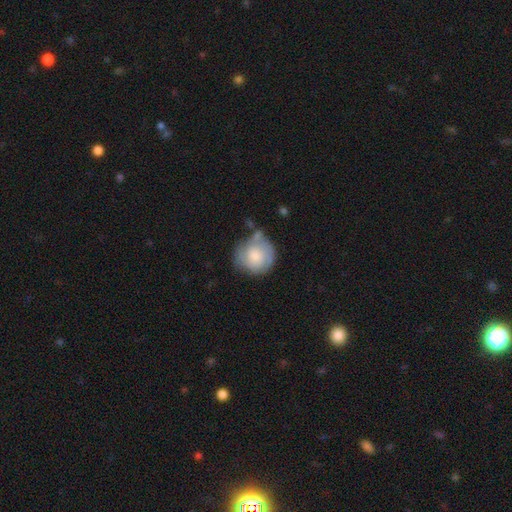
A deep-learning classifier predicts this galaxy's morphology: Smooth or featured? Predicted: smooth (p=0.57). How rounded? Predicted: round (p=0.89). Merging? Predicted: none (p=0.50).